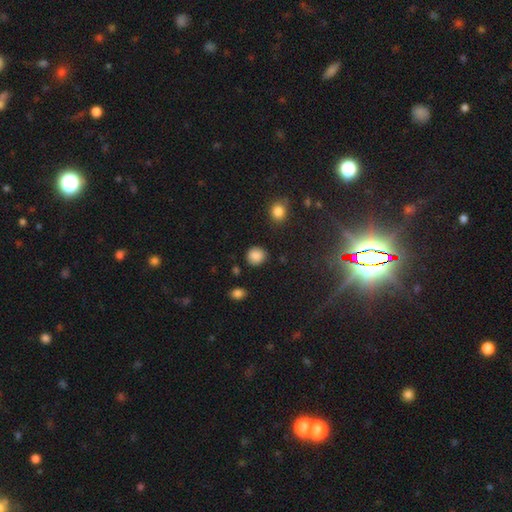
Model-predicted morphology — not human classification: Smooth or featured? smooth (87%)
How rounded? round (86%)
Merging? none (86%)